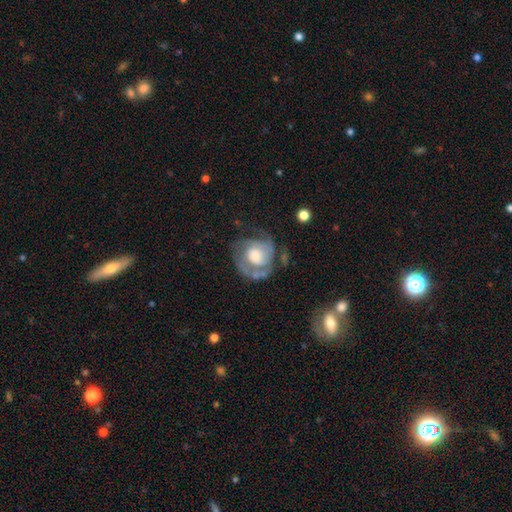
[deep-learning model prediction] Smooth or featured?
  - featured or disk: 76% *
  - smooth: 18%
  - star or artifact: 6%
Edge-on disk?
  - no: 98% *
  - yes: 2%
Bar?
  - no: 72% *
  - weak: 23%
  - strong: 5%
Spiral arms?
  - yes: 87% *
  - no: 13%
Spiral winding?
  - tight: 49% *
  - medium: 37%
  - loose: 14%
Spiral arm count?
  - 2: 43% *
  - can't tell: 21%
  - 1: 19%
  - 3: 10%
  - 4: 3%
  - more than 4: 3%
Bulge size?
  - large: 42% *
  - moderate: 35%
  - small: 12%
  - none: 6%
  - dominant: 5%
Merging?
  - none: 52% *
  - major disturbance: 22%
  - minor disturbance: 22%
  - merger: 4%